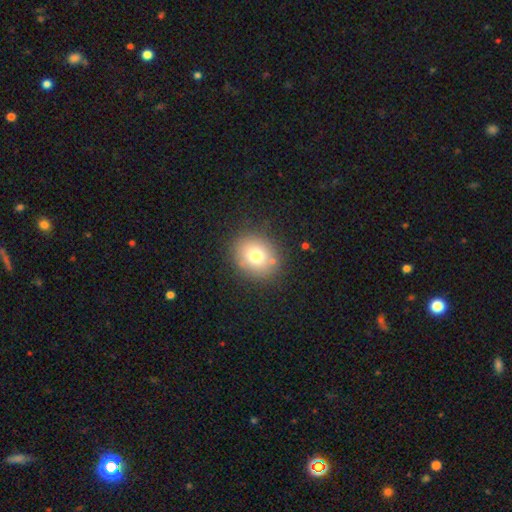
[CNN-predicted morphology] smooth_or_featured: smooth (p=0.74) [alt: featured or disk p=0.13]
how_rounded: round (p=0.72) [alt: in between p=0.27]
merging: none (p=0.84) [alt: minor disturbance p=0.10]